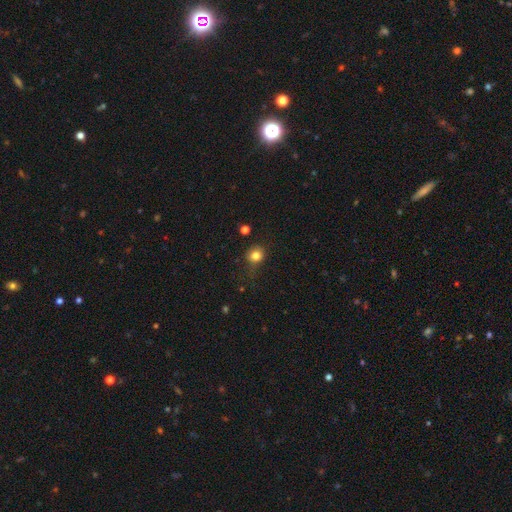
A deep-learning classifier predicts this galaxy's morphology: Overall: smooth (81%). How rounded: round (80%). Merging: none (68%).